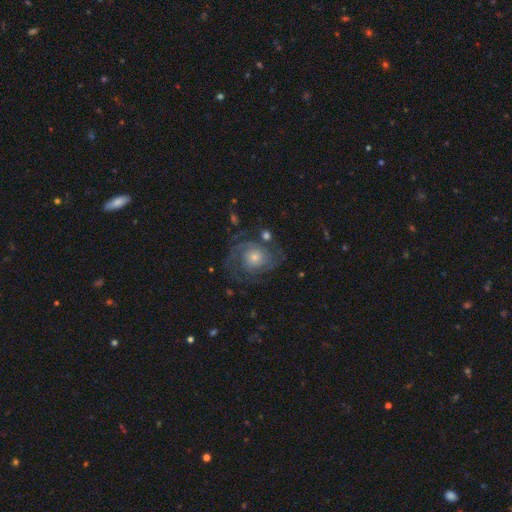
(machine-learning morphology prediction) featured or disk 70%, smooth 16%, star or artifact 14%. Down the decision tree: edge-on disk — no (97%); bar — no (76%); spiral arms — yes (90%); spiral arm count — 2 (55%); spiral winding — tight (46%); bulge size — moderate (53%); merging — none (70%).